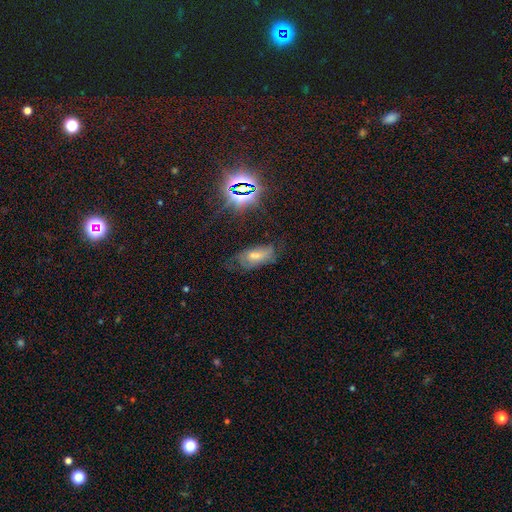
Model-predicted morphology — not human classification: A star or artifact, not a galaxy (38%).